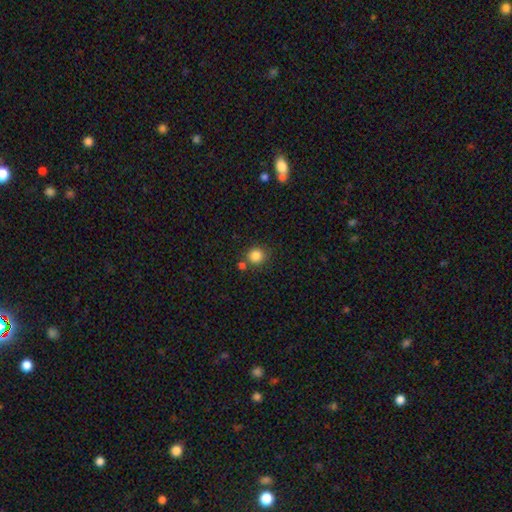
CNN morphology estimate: smooth-or-featured: smooth: 85% | star or artifact: 11% | featured or disk: 4%
  how-rounded: round: 90% | in between: 9% | cigar-shaped: 1%
  merging: none: 74% | merger: 13% | minor disturbance: 10% | major disturbance: 3%